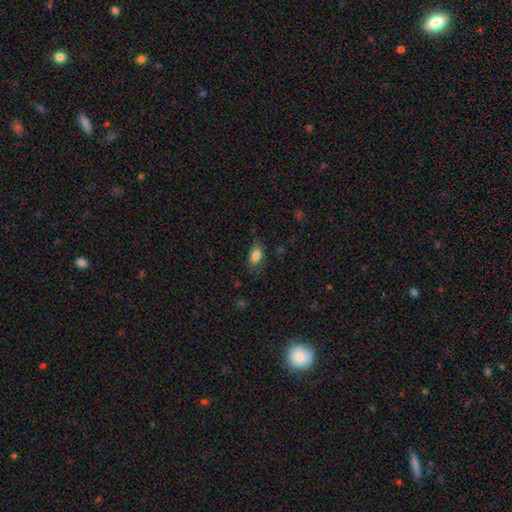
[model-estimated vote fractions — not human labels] Q: Smooth or featured?
A: smooth (83%); runner-up: star or artifact (8%)
Q: How rounded?
A: in between (88%); runner-up: round (7%)
Q: Merging?
A: none (73%); runner-up: minor disturbance (20%)